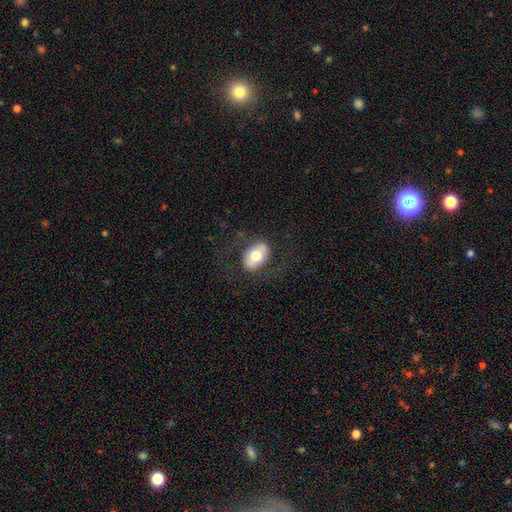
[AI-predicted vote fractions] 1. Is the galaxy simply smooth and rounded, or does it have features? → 65% smooth, 29% featured or disk, 7% star or artifact.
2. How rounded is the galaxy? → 86% in between, 13% round, 1% cigar-shaped.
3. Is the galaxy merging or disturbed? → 75% none, 14% minor disturbance, 10% major disturbance, 1% merger.